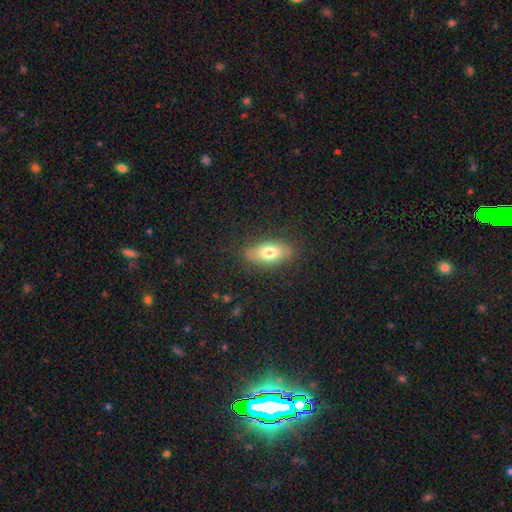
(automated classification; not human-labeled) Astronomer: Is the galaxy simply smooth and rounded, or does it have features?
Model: smooth — 44% (runner-up: star or artifact, 35%).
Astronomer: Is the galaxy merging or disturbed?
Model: none — 88%.